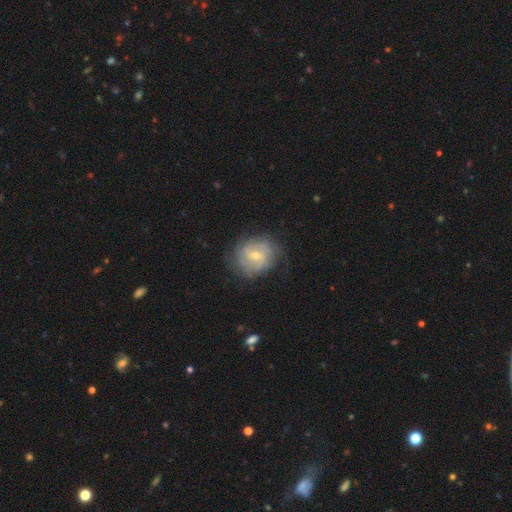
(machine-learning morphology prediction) This appears to be a featured or disk galaxy (74%) with a weak bar (51%), tight (57%) spiral arms (90%) and a small central bulge (58%). Merging: none (72%).